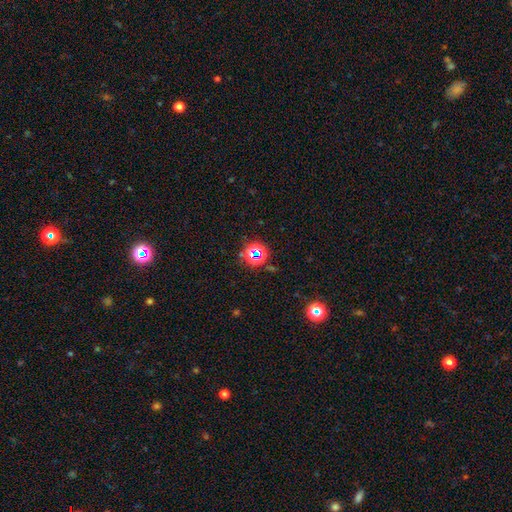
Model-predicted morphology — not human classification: This is likely a star or artifact rather than a galaxy (61%).